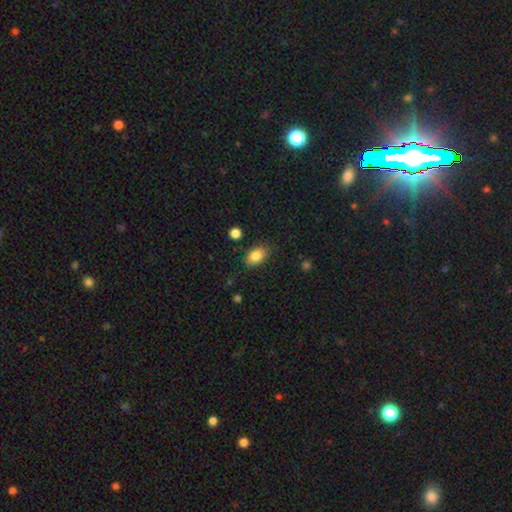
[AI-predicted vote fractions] smooth 85%, star or artifact 8%, featured or disk 7%. Down the decision tree: how rounded — in between (85%); merging — none (81%).